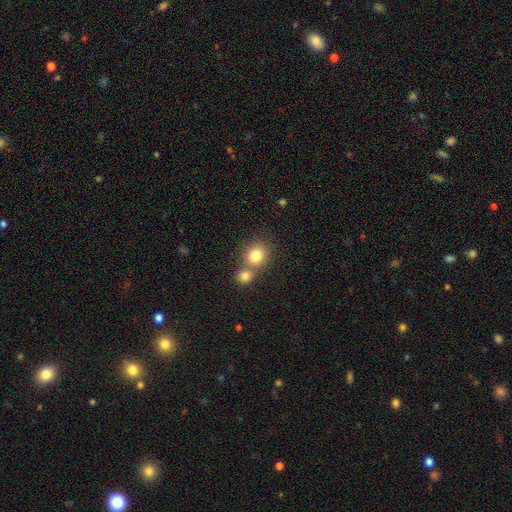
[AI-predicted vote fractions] smooth_or_featured: smooth (p=0.81) [alt: star or artifact p=0.11]
how_rounded: round (p=0.79) [alt: in between p=0.20]
merging: none (p=0.50) [alt: merger p=0.40]